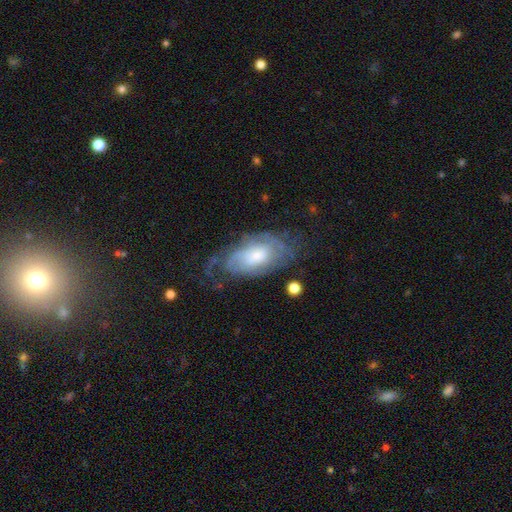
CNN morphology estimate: smooth-or-featured: featured or disk: 66% | smooth: 27% | star or artifact: 7%
  disk-edge-on: no: 93% | yes: 7%
    bar: no: 73% | weak: 23% | strong: 4%
    has-spiral-arms: yes: 79% | no: 21%
    bulge-size: moderate: 42% | small: 37% | large: 14% | none: 4% | dominant: 2%
  merging: none: 51% | minor disturbance: 25% | major disturbance: 22% | merger: 2%